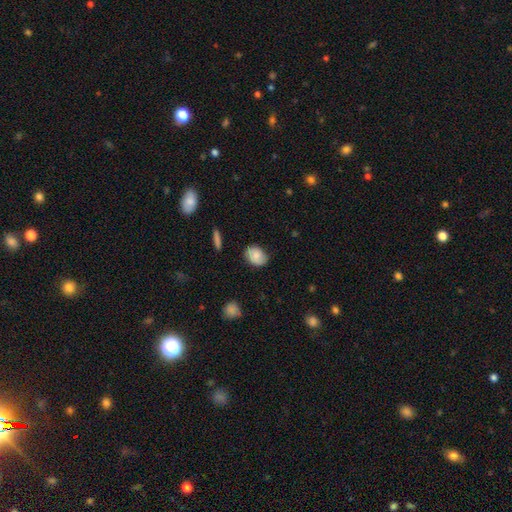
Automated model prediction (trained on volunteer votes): Smooth or featured: smooth — 75% (featured or disk — 17%)
How rounded: in between — 66% (round — 32%)
Merging: none — 77% (minor disturbance — 18%)